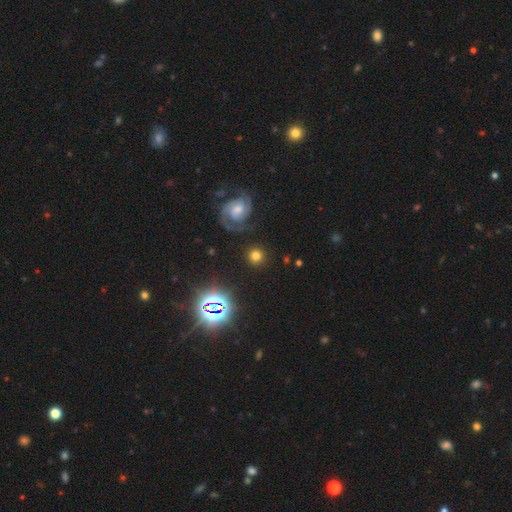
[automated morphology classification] smooth-or-featured: smooth: 62% | featured or disk: 19% | star or artifact: 19%
  how-rounded: round: 92% | in between: 7% | cigar-shaped: 1%
  merging: none: 85% | minor disturbance: 8% | major disturbance: 4% | merger: 3%